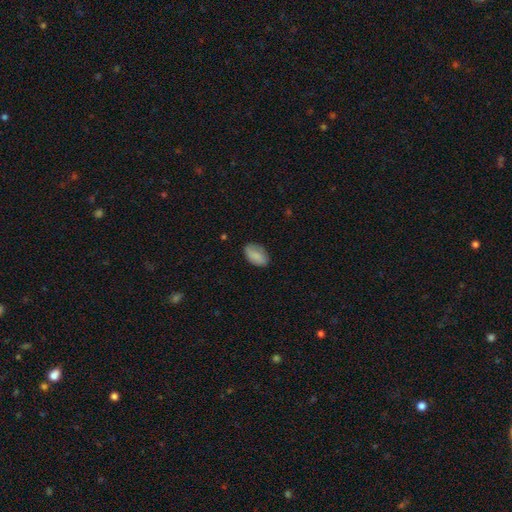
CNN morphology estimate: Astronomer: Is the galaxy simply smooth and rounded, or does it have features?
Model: smooth — 83%.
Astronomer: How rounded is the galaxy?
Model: in between — 92%.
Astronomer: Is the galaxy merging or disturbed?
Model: none — 77%.